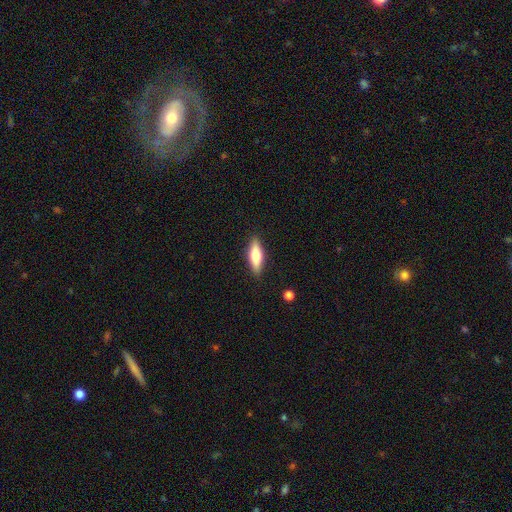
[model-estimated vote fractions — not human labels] This is likely a smooth galaxy (62%). How rounded: possibly cigar-shaped (52%). Merging: clearly none (88%).